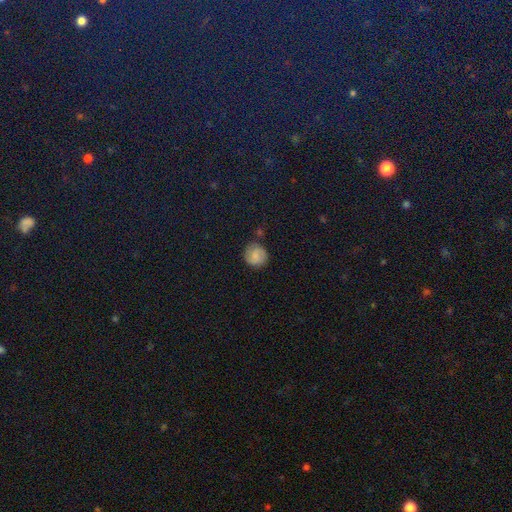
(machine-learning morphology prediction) A smooth galaxy with no disk features (69%) that is round (91%). Merging: none (79%).